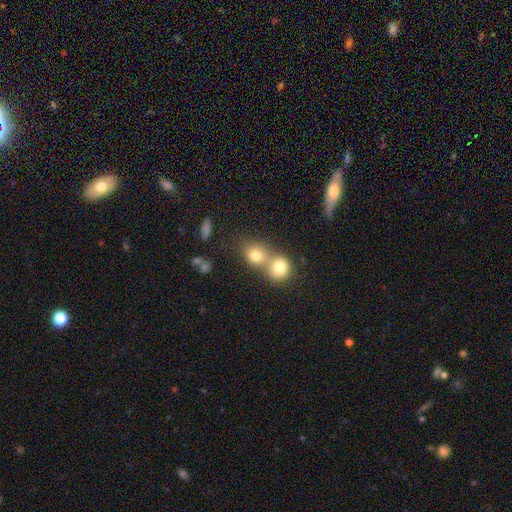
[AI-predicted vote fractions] A smooth galaxy with no disk features (77%) that is round (75%).

Vote fractions:
- Smooth or featured? smooth: 77% / star or artifact: 12% / featured or disk: 11%
- How rounded? round: 75% / in between: 24% / cigar-shaped: 1%
- Merging? merger: 56% / none: 36% / minor disturbance: 6% / major disturbance: 3%